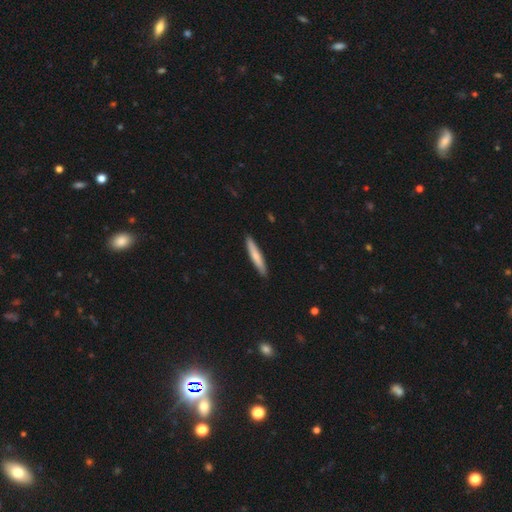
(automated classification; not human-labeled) A smooth galaxy with no disk features (72%) that is cigar-shaped (93%). Merging: none (90%).